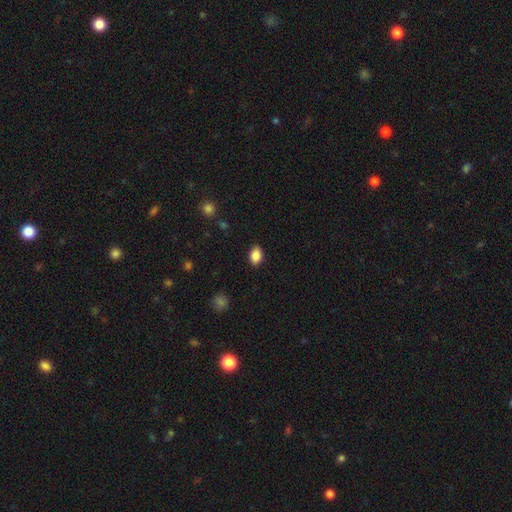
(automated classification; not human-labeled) The model was most divided on "how rounded": in between: 84%, round: 15%, cigar-shaped: 1%. More confident: smooth or featured — smooth (87%); merging — none (86%).